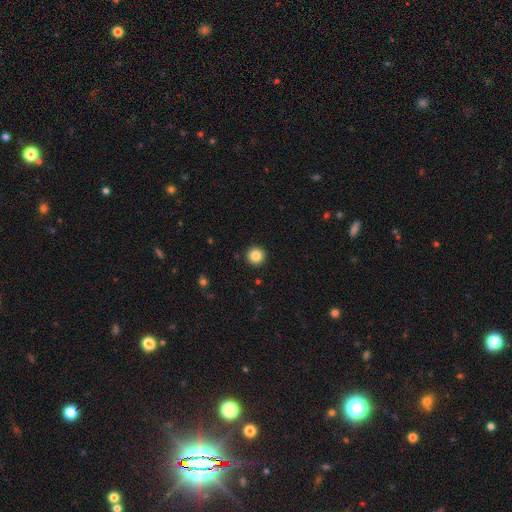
smooth-or-featured: smooth: 87% | star or artifact: 8% | featured or disk: 5%
  how-rounded: round: 94% | in between: 6% | cigar-shaped: 0%
  merging: none: 94% | minor disturbance: 3% | merger: 3% | major disturbance: 0%